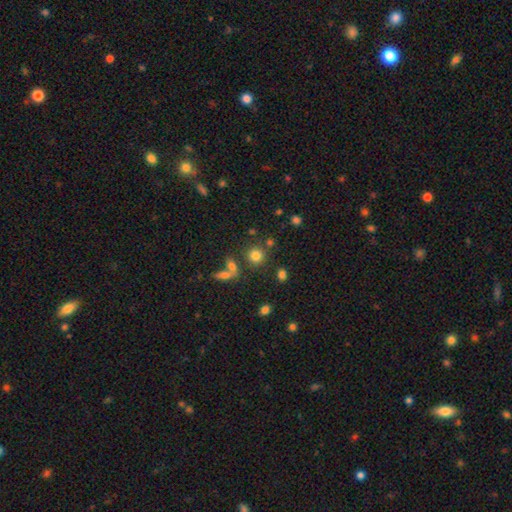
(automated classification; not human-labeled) Smooth or featured: smooth — 77% (star or artifact — 14%)
How rounded: round — 86% (in between — 12%)
Merging: none — 73% (merger — 14%)